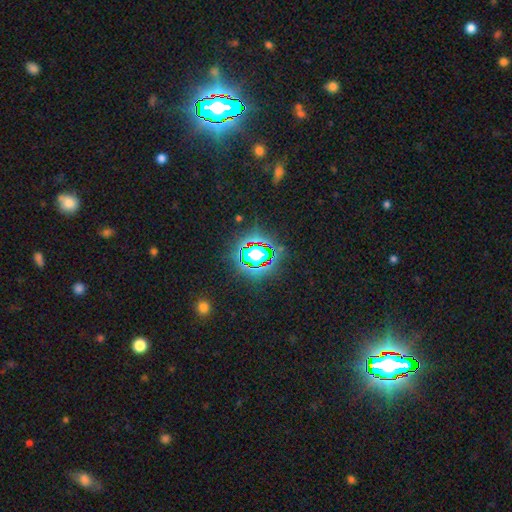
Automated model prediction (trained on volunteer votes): Q: Smooth or featured?
A: star or artifact (80%); runner-up: smooth (12%)